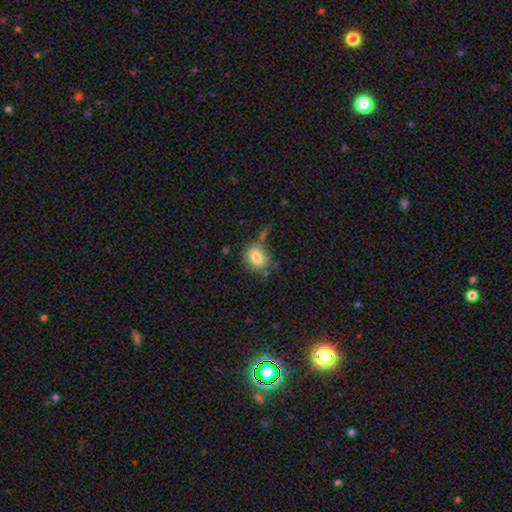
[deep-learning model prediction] This is likely a smooth galaxy (79%). How rounded: possibly in between (53%). Merging: possibly none (56%).